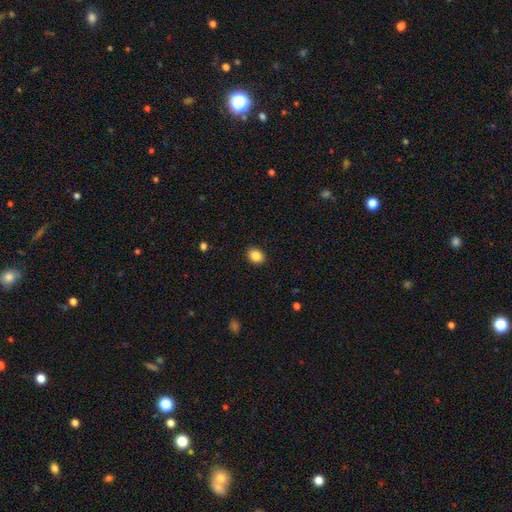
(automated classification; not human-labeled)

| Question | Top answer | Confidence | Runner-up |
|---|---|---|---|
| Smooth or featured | smooth | 87% | star or artifact (9%) |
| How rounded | in between | 51% | round (48%) |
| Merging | none | 91% | minor disturbance (7%) |